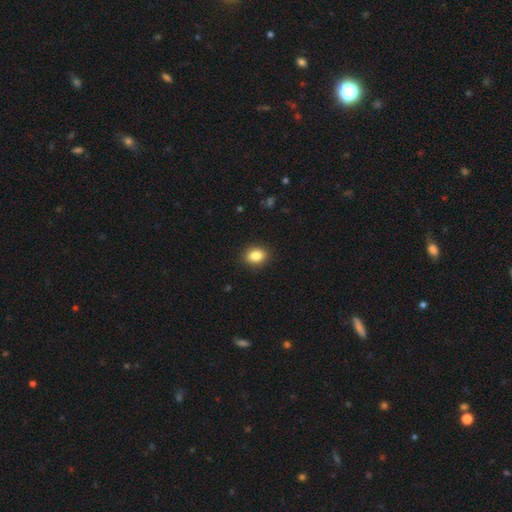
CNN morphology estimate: Smooth or featured?
  - smooth: 86% *
  - star or artifact: 9%
  - featured or disk: 5%
How rounded?
  - in between: 59% *
  - round: 40%
  - cigar-shaped: 1%
Merging?
  - none: 90% *
  - minor disturbance: 7%
  - major disturbance: 2%
  - merger: 1%